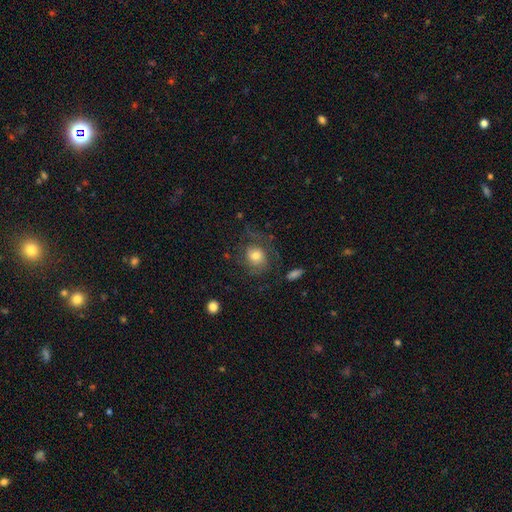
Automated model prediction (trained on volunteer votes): This is possibly a smooth galaxy (54%). How rounded: likely round (74%). Merging: possibly none (57%).